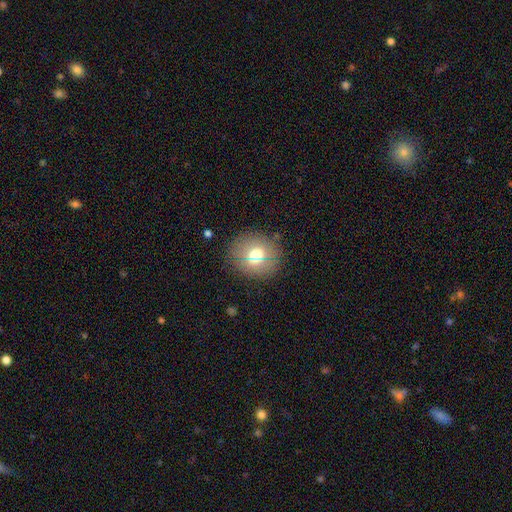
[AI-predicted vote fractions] Overall: smooth (68%). How rounded: round (85%). Merging: none (85%).